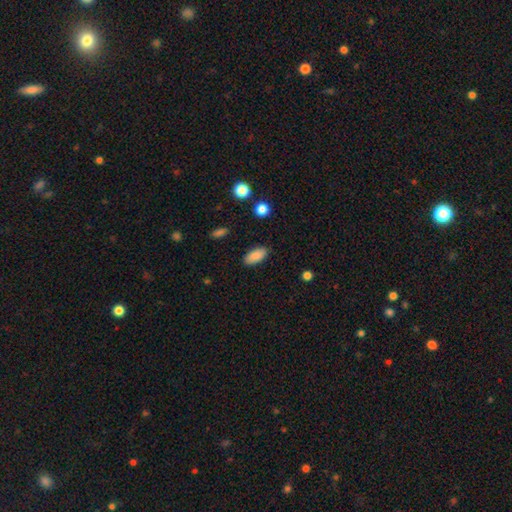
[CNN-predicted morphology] This appears to be a smooth galaxy with no disk features (88%) that is in between round and cigar-shaped (88%). Merging: none (88%).